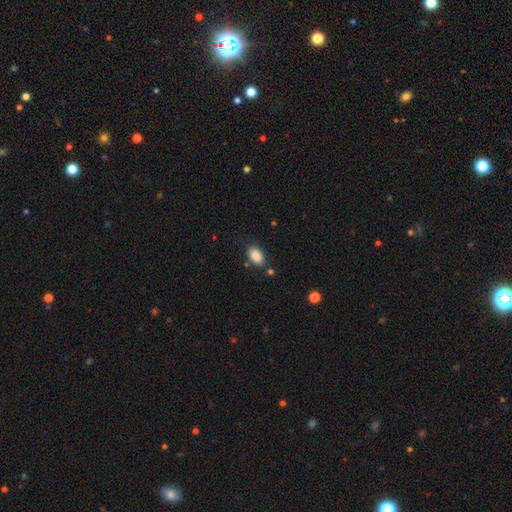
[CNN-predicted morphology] Smooth or featured? smooth (87%)
How rounded? in between (91%)
Merging? none (81%)